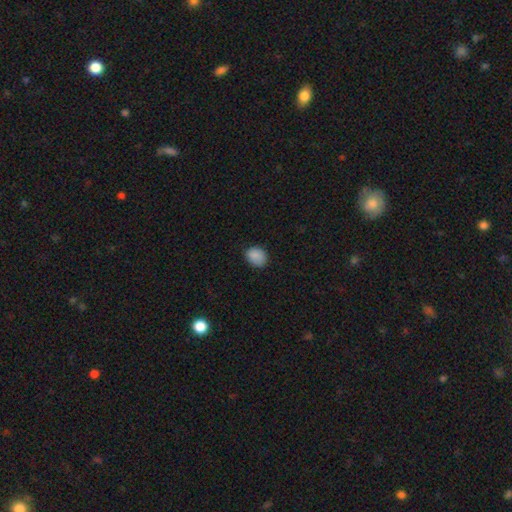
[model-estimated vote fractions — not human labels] A smooth galaxy with no disk features (86%) that is round (54%).

Vote fractions:
- Smooth or featured? smooth: 86% / star or artifact: 9% / featured or disk: 4%
- How rounded? round: 54% / in between: 45% / cigar-shaped: 1%
- Merging? none: 79% / minor disturbance: 17% / major disturbance: 3% / merger: 1%